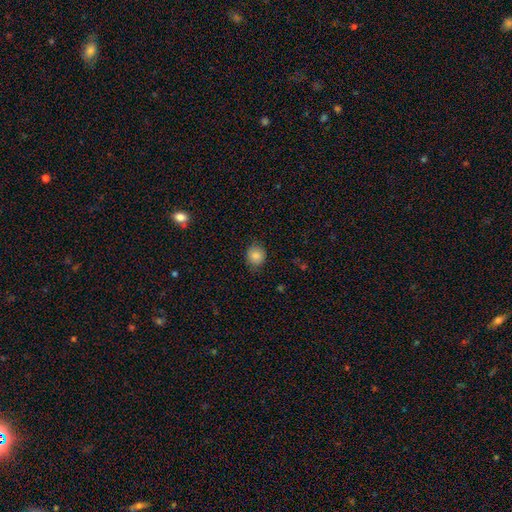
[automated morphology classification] A smooth galaxy with no disk features (85%) that is round (81%). Merging: none (81%).